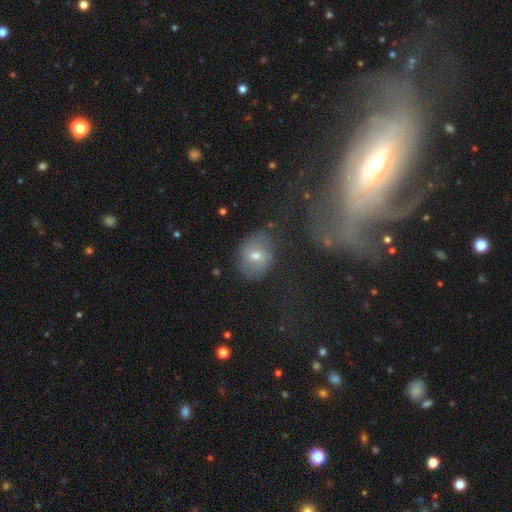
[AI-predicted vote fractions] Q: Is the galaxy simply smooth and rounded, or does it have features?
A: smooth — 56%.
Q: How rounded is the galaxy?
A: in between — 52%.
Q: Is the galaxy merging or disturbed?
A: none — 71%.